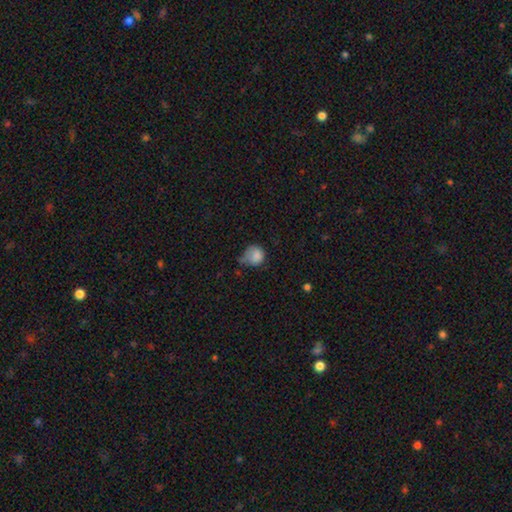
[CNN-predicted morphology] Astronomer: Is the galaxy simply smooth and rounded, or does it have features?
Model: smooth — 81%.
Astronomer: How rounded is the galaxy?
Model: round — 73%.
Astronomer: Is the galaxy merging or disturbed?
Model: minor disturbance — 38% (runner-up: none, 37%).